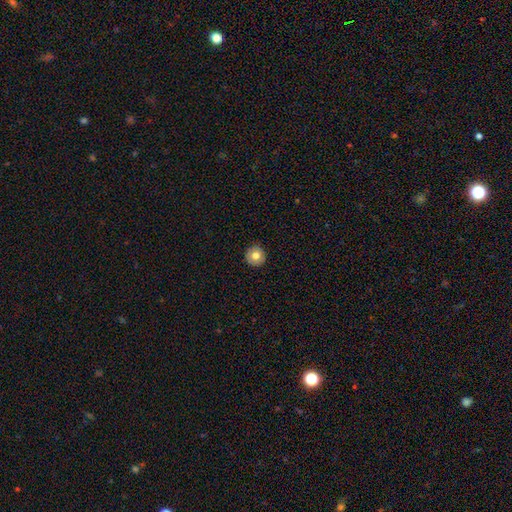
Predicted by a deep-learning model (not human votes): smooth_or_featured: smooth (p=0.76) [alt: featured or disk p=0.15]
how_rounded: round (p=0.95) [alt: in between p=0.04]
merging: none (p=0.91) [alt: minor disturbance p=0.06]